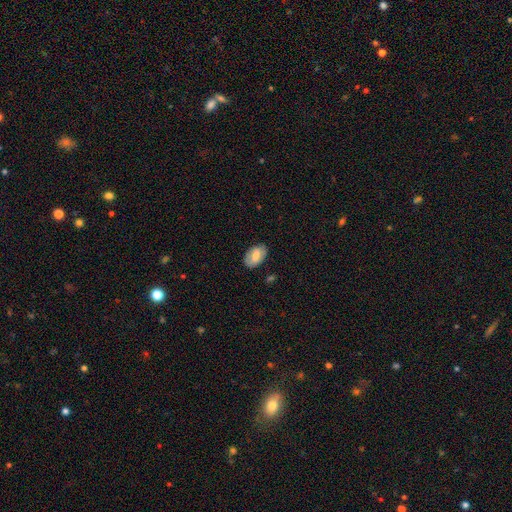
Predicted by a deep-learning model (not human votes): Smooth or featured: smooth — 62% (featured or disk — 31%)
How rounded: in between — 92% (round — 7%)
Merging: none — 79% (minor disturbance — 15%)